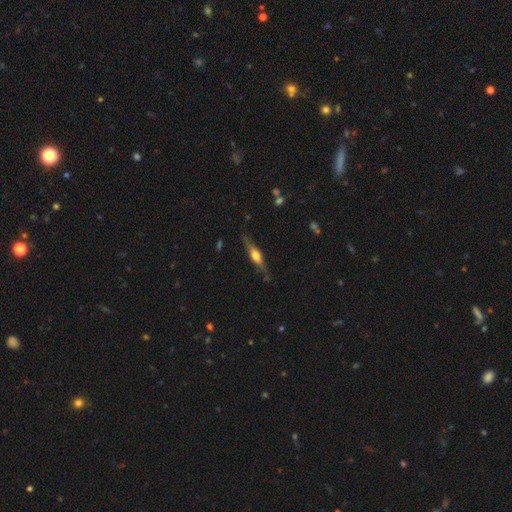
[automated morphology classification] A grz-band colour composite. It shows a featured or disk galaxy (62%) viewed edge-on (91%) with a rounded central bulge (85%). Merging: none (77%).